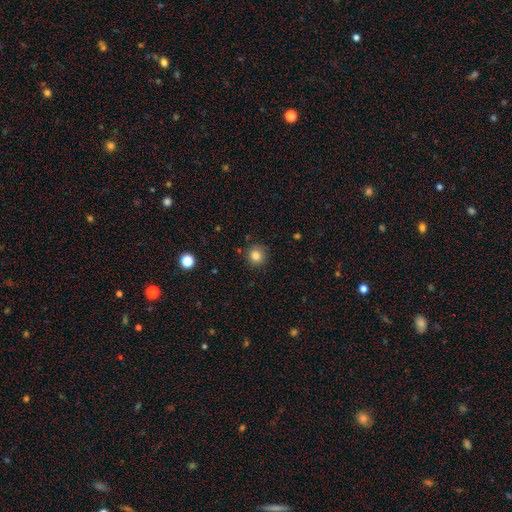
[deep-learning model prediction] A smooth galaxy with no disk features (83%) that is round (92%). Merging: none (86%).